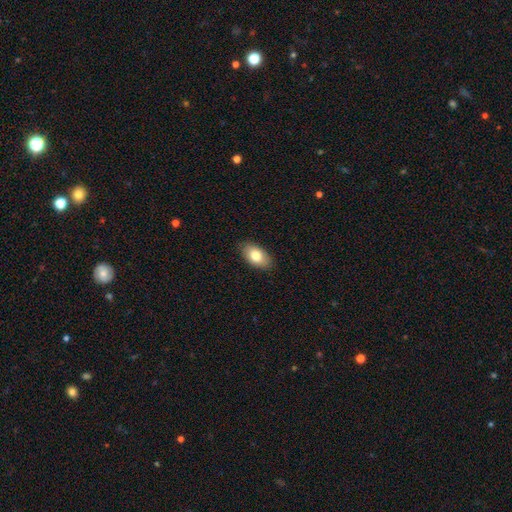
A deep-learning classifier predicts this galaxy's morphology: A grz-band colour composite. It shows a smooth galaxy with no disk features (81%) that is in between round and cigar-shaped (93%). Merging: none (86%).